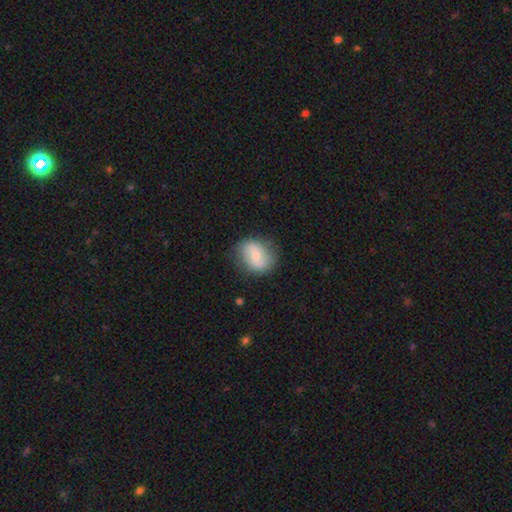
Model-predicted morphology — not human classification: Smooth or featured? Predicted: smooth (p=0.56). How rounded? Predicted: in between (p=0.49, tied with round). Merging? Predicted: none (p=0.77).